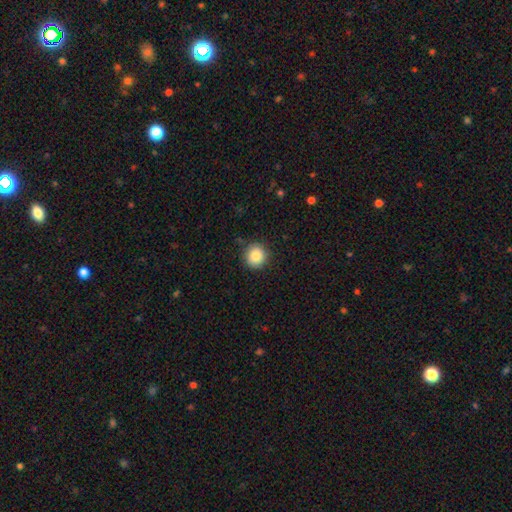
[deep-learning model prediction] Morphology: type=smooth (87%); roundness=round (93%); merging=none (88%).